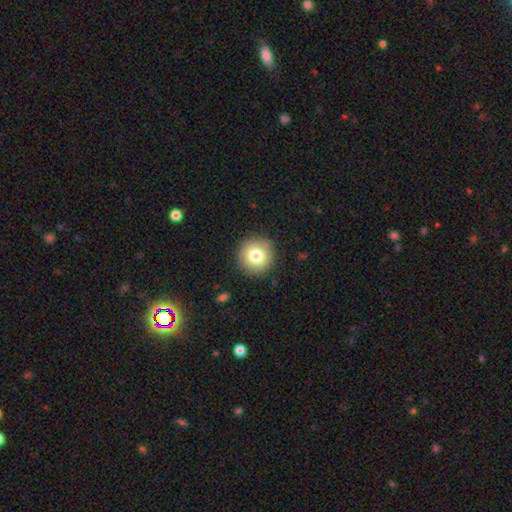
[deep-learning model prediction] This appears to be a smooth galaxy with no disk features (79%) that is round (94%). Merging: none (90%).